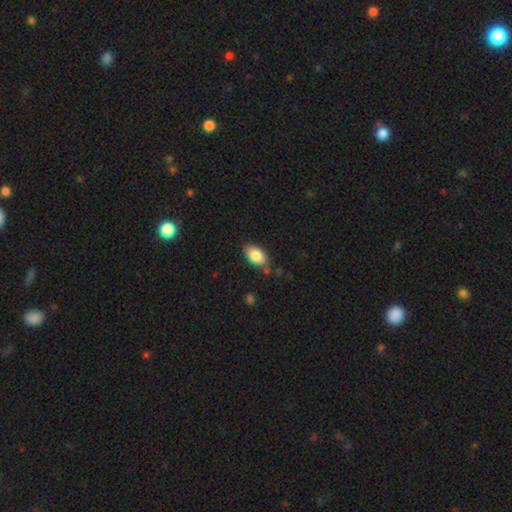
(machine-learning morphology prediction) smooth 85%, featured or disk 8%, star or artifact 7%. Down the decision tree: how rounded — in between (91%); merging — none (78%).